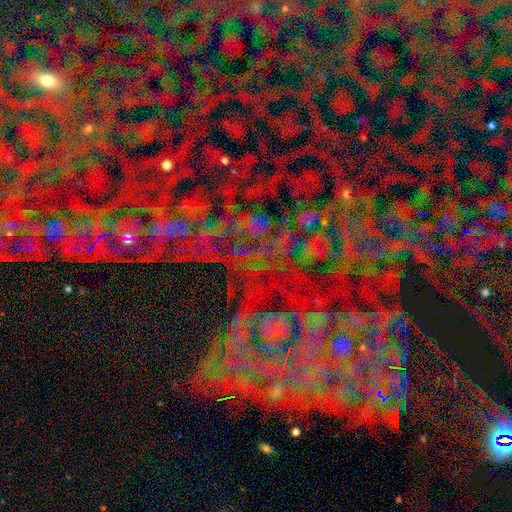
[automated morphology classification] Smooth or featured? Predicted: star or artifact (p=0.82).